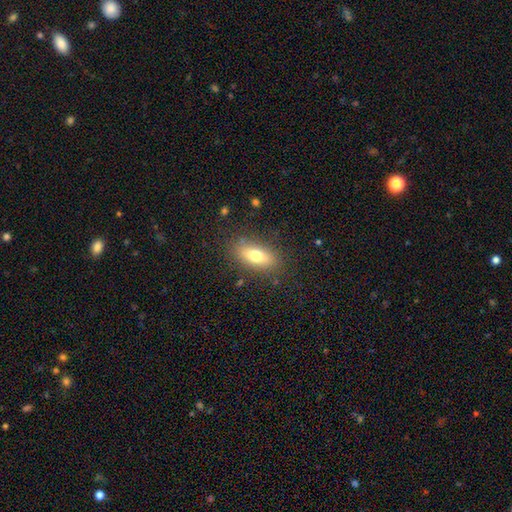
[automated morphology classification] This is likely a smooth galaxy (72%). How rounded: likely in between (80%). Merging: clearly none (83%).